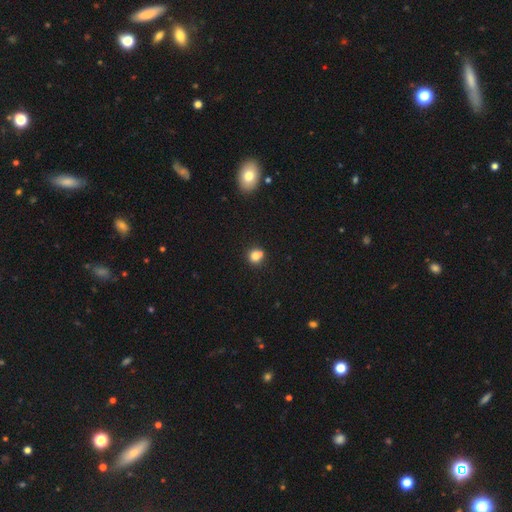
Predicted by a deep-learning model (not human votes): This appears to be a smooth galaxy with no disk features (79%) that is round (80%). Merging: none (56%).